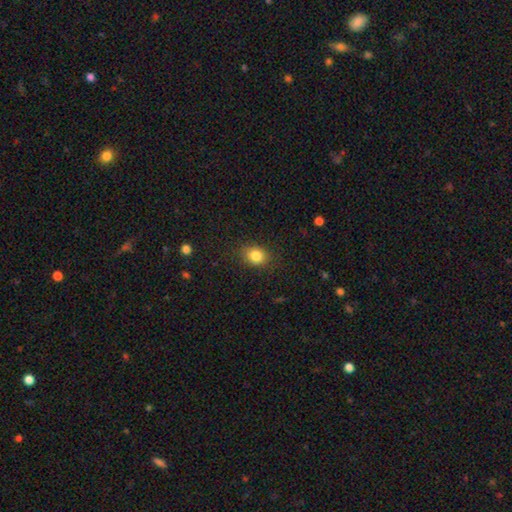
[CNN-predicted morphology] Smooth or featured? Predicted: smooth (p=0.83). How rounded? Predicted: round (p=0.50). Merging? Predicted: none (p=0.85).